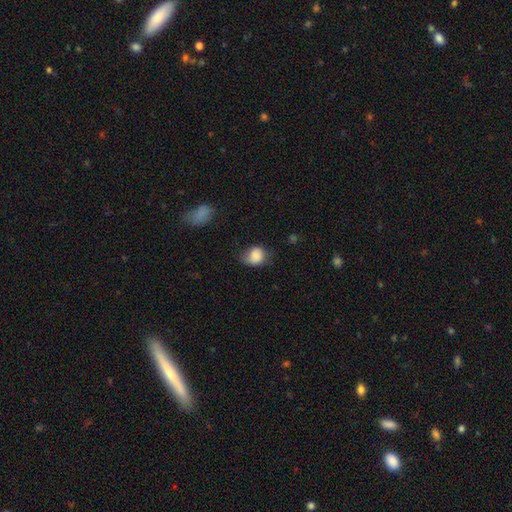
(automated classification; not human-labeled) smooth_or_featured: smooth (p=0.85) [alt: star or artifact p=0.08]
how_rounded: round (p=0.56) [alt: in between p=0.43]
merging: none (p=0.52) [alt: minor disturbance p=0.34]